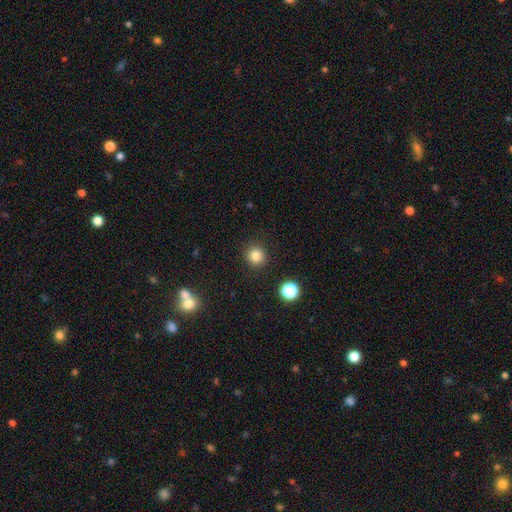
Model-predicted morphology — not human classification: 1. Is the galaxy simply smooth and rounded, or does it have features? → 82% smooth, 13% star or artifact, 5% featured or disk.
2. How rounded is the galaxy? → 92% round, 7% in between, 1% cigar-shaped.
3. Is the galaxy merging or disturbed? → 90% none, 6% minor disturbance, 2% major disturbance, 2% merger.